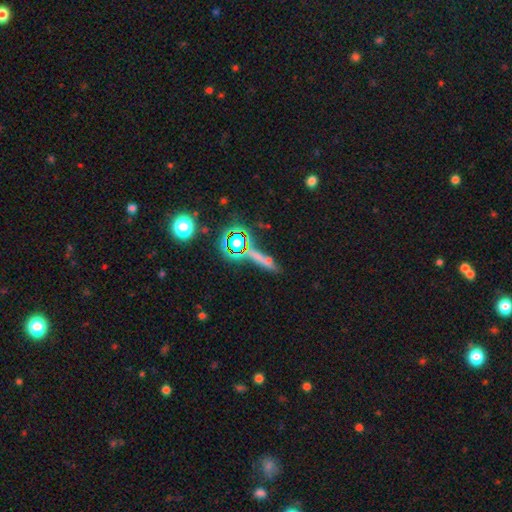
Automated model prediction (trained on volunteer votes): A star or artifact, not a galaxy (45%).

Vote fractions:
- Smooth or featured? star or artifact: 45% / smooth: 35% / featured or disk: 20%